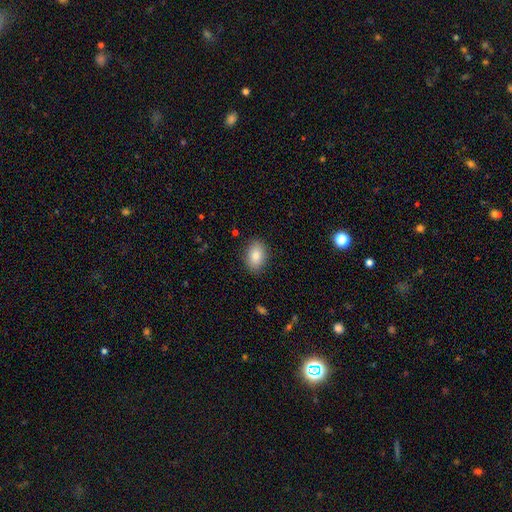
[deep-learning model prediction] Smooth or featured?
  - smooth: 85% *
  - featured or disk: 8%
  - star or artifact: 7%
How rounded?
  - in between: 80% *
  - round: 19%
  - cigar-shaped: 1%
Merging?
  - none: 87% *
  - minor disturbance: 10%
  - major disturbance: 3%
  - merger: 1%